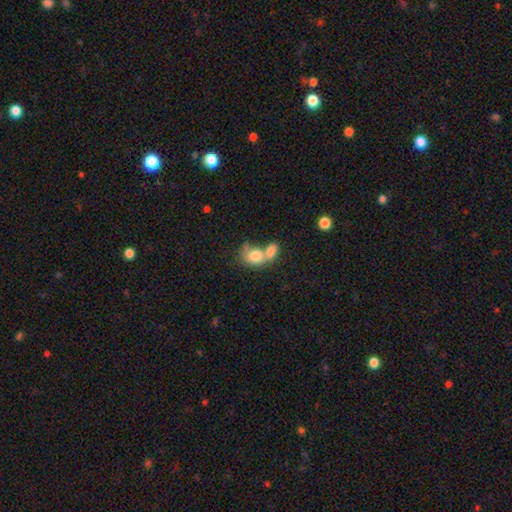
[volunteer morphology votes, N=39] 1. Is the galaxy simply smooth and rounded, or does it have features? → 82% smooth, 10% featured or disk, 8% star or artifact.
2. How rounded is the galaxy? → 53% round, 47% in between, 0% cigar-shaped.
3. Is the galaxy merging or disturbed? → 67% merger, 25% none, 6% major disturbance, 3% minor disturbance.